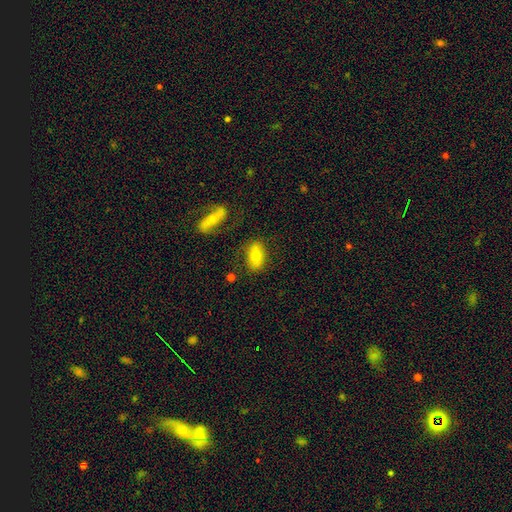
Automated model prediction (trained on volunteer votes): Smooth or featured: smooth — 66% (featured or disk — 25%)
How rounded: in between — 82% (cigar-shaped — 10%)
Merging: none — 78% (minor disturbance — 13%)